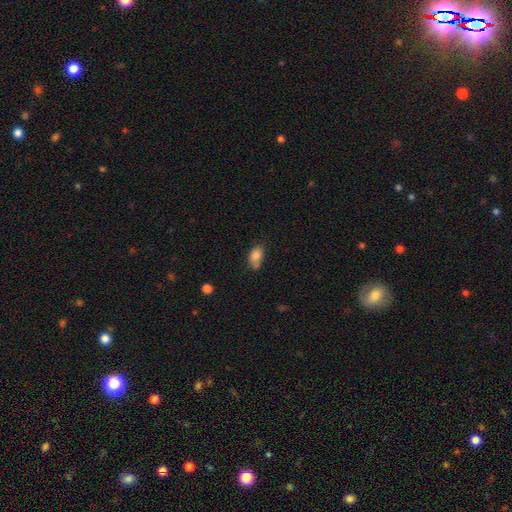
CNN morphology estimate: Smooth or featured: smooth — 82% (star or artifact — 9%)
How rounded: in between — 87% (round — 10%)
Merging: none — 51% (minor disturbance — 33%)